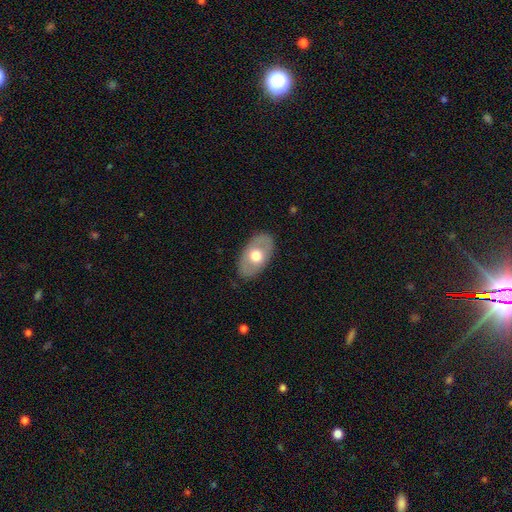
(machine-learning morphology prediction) Q: Smooth or featured?
A: smooth (55%); runner-up: featured or disk (39%)
Q: How rounded?
A: in between (90%); runner-up: round (8%)
Q: Merging?
A: none (84%); runner-up: minor disturbance (12%)